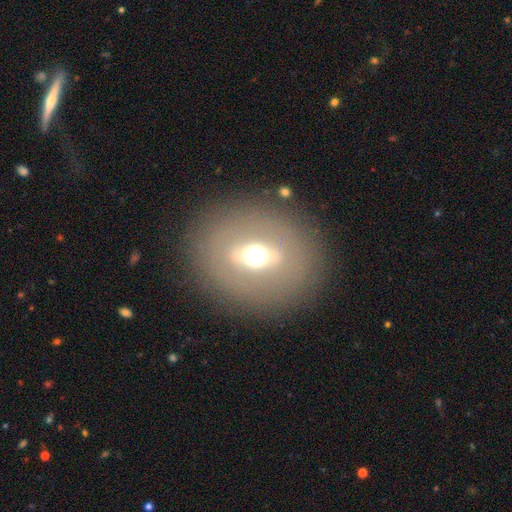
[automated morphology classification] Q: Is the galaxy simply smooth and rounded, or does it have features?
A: smooth — 45%.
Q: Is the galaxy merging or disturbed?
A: none — 84%.